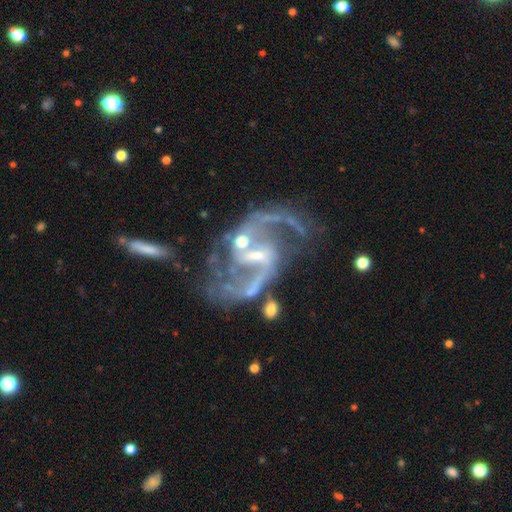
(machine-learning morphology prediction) Overall: featured or disk (92%). Edge-on disk: no (98%). Bar: weak (48%; strong 34%). Spiral arms: yes (97%). Spiral arm count: 2 (90%). Spiral winding: medium (50%; loose 39%). Bulge size: small (61%; moderate 26%). Merging: none (51%; minor disturbance 19%).